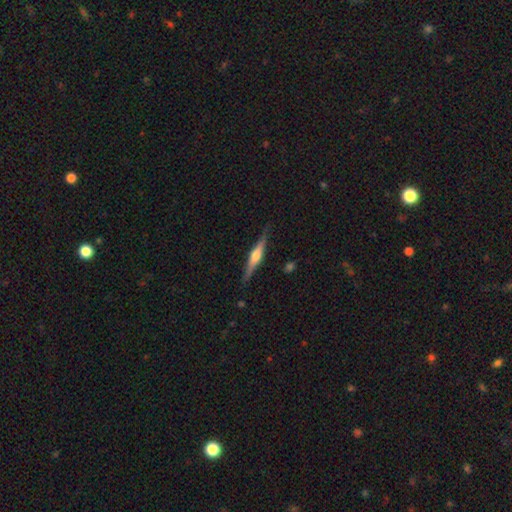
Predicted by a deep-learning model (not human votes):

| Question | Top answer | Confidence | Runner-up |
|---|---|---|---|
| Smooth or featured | featured or disk | 70% | smooth (25%) |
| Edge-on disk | yes | 97% | no (3%) |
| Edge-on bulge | rounded | 89% | boxy (7%) |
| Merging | none | 86% | minor disturbance (10%) |